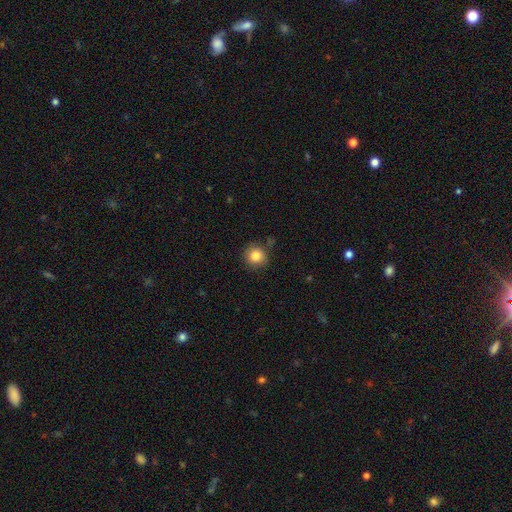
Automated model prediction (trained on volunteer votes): Morphology: type=smooth (85%); roundness=round (92%); merging=none (83%).